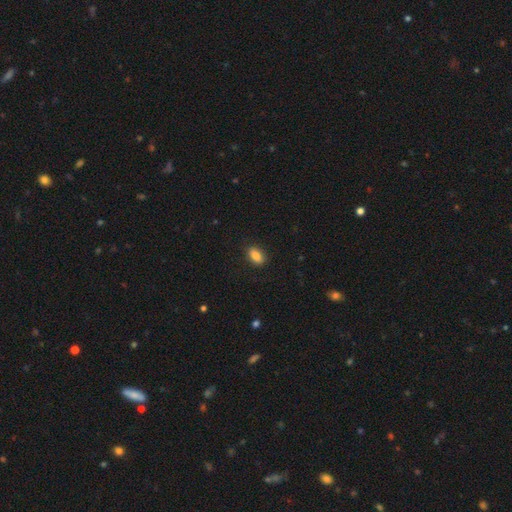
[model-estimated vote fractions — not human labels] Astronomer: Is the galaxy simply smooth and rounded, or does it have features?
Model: smooth — 86%.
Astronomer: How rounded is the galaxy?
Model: in between — 88%.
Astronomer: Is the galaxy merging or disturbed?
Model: none — 87%.